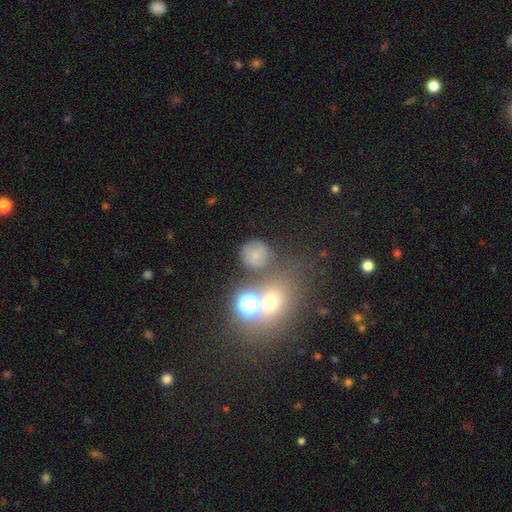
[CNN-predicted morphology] smooth_or_featured: smooth (p=0.63) [alt: star or artifact p=0.21]
how_rounded: round (p=0.85) [alt: in between p=0.14]
merging: none (p=0.63) [alt: minor disturbance p=0.15]